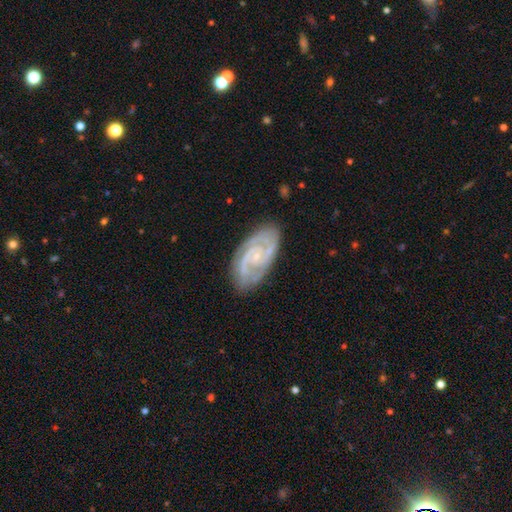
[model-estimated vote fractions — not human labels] A featured or disk galaxy (86%) with no bar (62%), 2 (57%) tight (54%) spiral arms (97%) and a small central bulge (81%). Merging: none (80%).